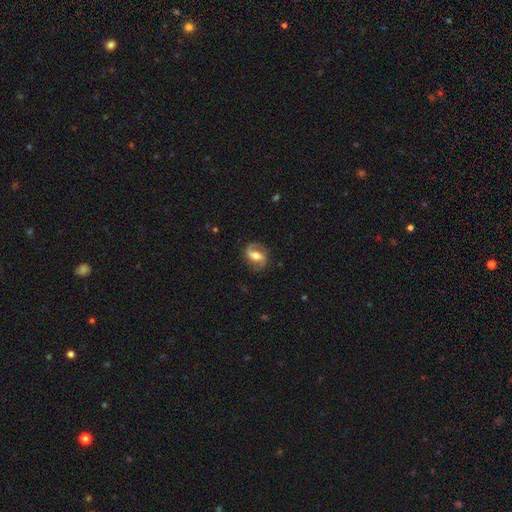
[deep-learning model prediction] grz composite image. It shows a featured or disk galaxy (72%) with a weak bar (40%), 2 (81%) medium (45%) spiral arms (89%) and a moderate central bulge (61%). Merging: none (76%).